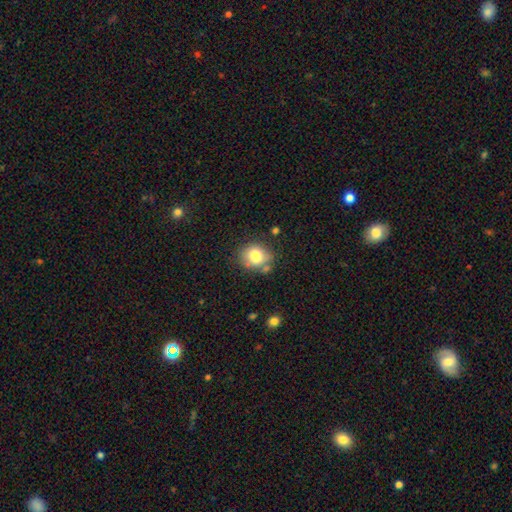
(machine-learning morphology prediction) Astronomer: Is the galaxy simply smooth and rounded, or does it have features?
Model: smooth — 78%.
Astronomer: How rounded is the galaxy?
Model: round — 64%.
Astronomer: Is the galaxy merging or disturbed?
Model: none — 68%.